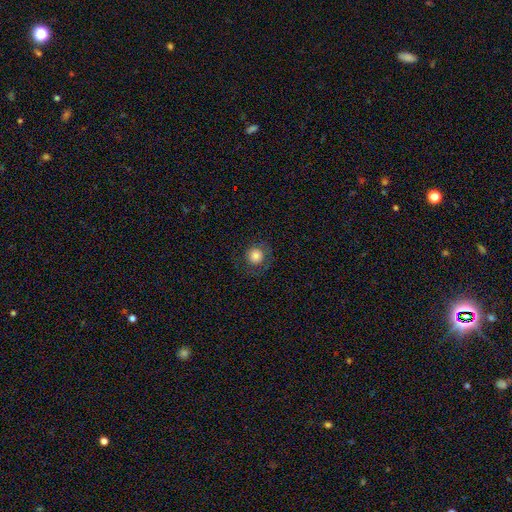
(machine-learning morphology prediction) Smooth or featured: smooth — 81% (star or artifact — 10%)
How rounded: round — 93% (in between — 6%)
Merging: none — 81% (minor disturbance — 11%)